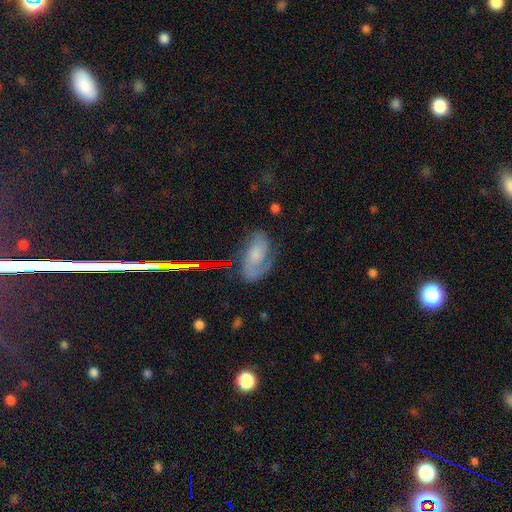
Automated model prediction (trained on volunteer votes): smooth_or_featured: featured or disk (p=0.67) [alt: smooth p=0.22]
disk_edge_on: no (p=0.95) [alt: yes p=0.05]
bar: no (p=0.65) [alt: weak p=0.28]
has_spiral_arms: yes (p=0.91) [alt: no p=0.09]
spiral_winding: medium (p=0.43) [alt: tight p=0.38]
spiral_arm_count: 2 (p=0.52) [alt: 1 p=0.32]
bulge_size: small (p=0.34) [alt: moderate p=0.28]
merging: none (p=0.62) [alt: minor disturbance p=0.21]